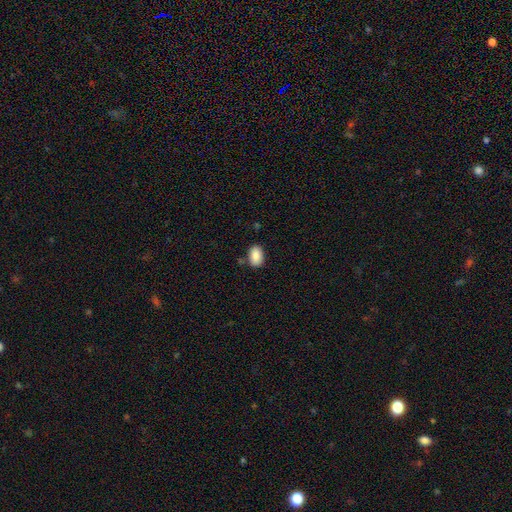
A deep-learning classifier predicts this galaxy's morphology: type=smooth (87%); roundness=in between (88%); merging=none (79%).